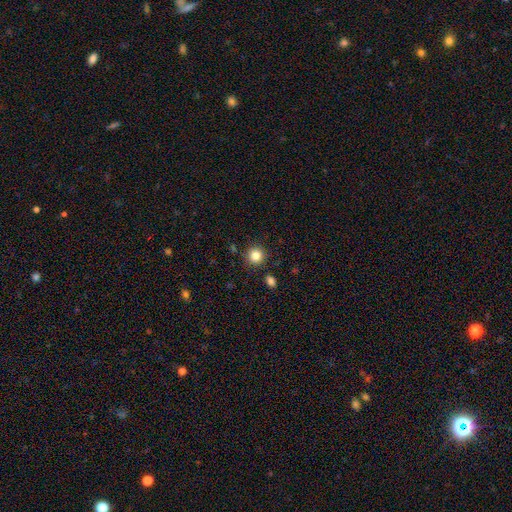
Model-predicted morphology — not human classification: Q: Smooth or featured?
A: smooth (84%); runner-up: star or artifact (11%)
Q: How rounded?
A: round (93%); runner-up: in between (6%)
Q: Merging?
A: none (87%); runner-up: minor disturbance (7%)